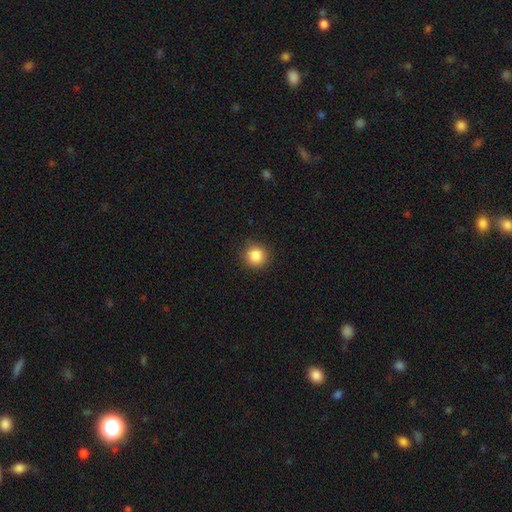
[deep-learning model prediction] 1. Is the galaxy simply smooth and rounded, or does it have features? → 86% smooth, 10% star or artifact, 4% featured or disk.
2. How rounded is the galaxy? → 92% round, 7% in between, 1% cigar-shaped.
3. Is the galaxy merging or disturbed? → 89% none, 8% minor disturbance, 2% major disturbance, 1% merger.